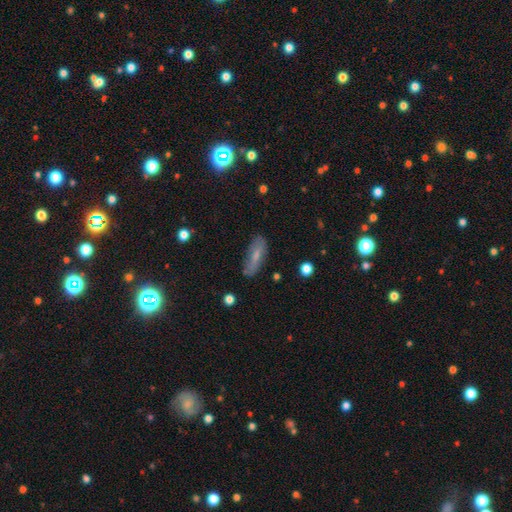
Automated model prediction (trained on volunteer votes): The model was most divided on "how rounded": in between: 59%, cigar-shaped: 38%, round: 3%. More confident: merging — none (76%); smooth or featured — smooth (63%).